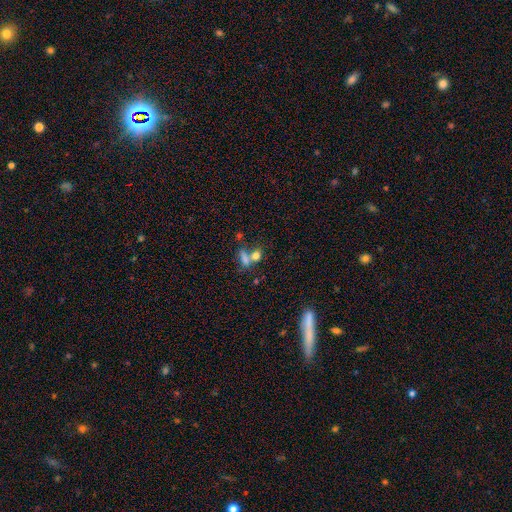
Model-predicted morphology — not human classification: smooth_or_featured: smooth (p=0.73) [alt: star or artifact p=0.14]
how_rounded: in between (p=0.51) [alt: round p=0.39]
merging: merger (p=0.44) [alt: none p=0.39]